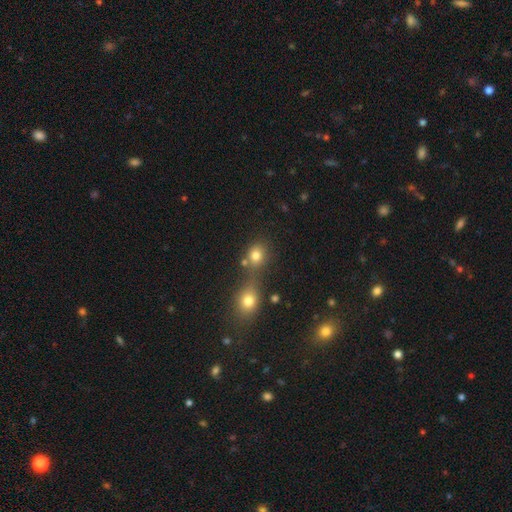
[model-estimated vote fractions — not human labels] Q: Smooth or featured?
A: smooth (78%); runner-up: star or artifact (14%)
Q: How rounded?
A: round (74%); runner-up: in between (24%)
Q: Merging?
A: none (49%); runner-up: merger (38%)